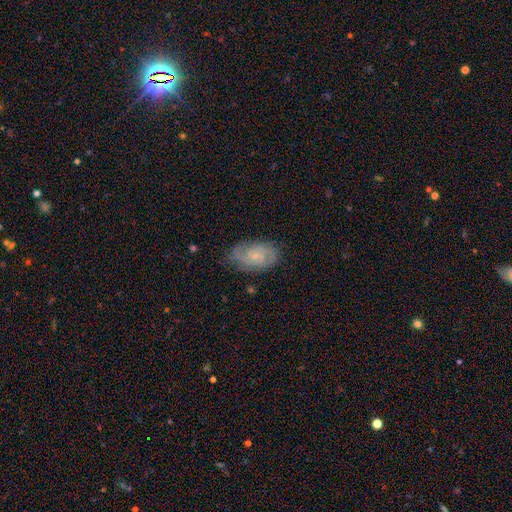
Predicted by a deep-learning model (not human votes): Overall: featured or disk (77%). Edge-on disk: no (97%). Bar: no (68%; weak 28%). Spiral arms: yes (95%). Spiral arm count: 2 (50%; can't tell 21%). Spiral winding: tight (55%; medium 36%). Bulge size: small (74%). Merging: none (74%).